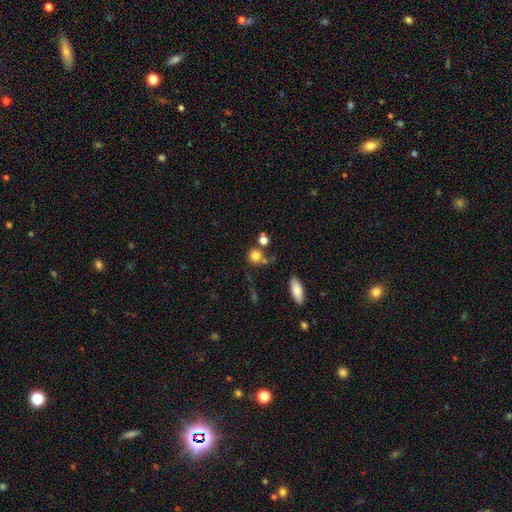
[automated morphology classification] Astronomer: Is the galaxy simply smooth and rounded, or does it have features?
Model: smooth — 80%.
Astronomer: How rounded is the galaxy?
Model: round — 86%.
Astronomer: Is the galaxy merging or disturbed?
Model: none — 61%.